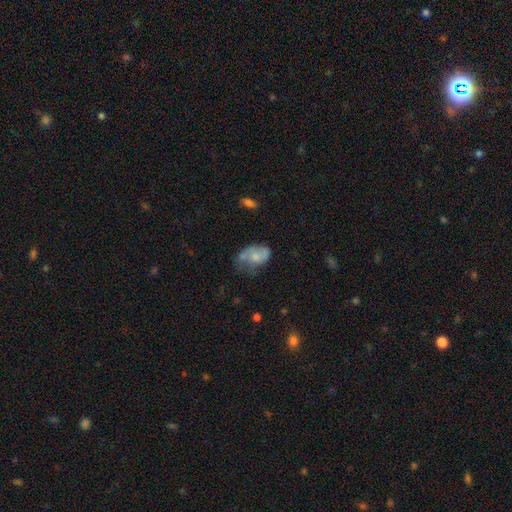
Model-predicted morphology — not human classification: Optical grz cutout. It shows a smooth galaxy with no disk features (50%) that is in between round and cigar-shaped (86%). Merging: minor disturbance (33%).